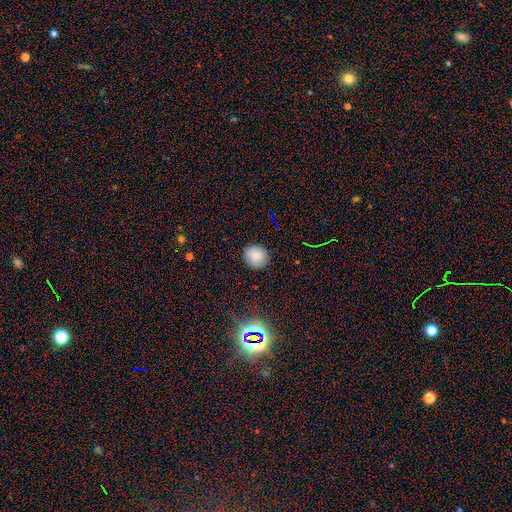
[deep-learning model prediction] Smooth or featured? Predicted: smooth (p=0.78). How rounded? Predicted: round (p=0.86). Merging? Predicted: none (p=0.88).